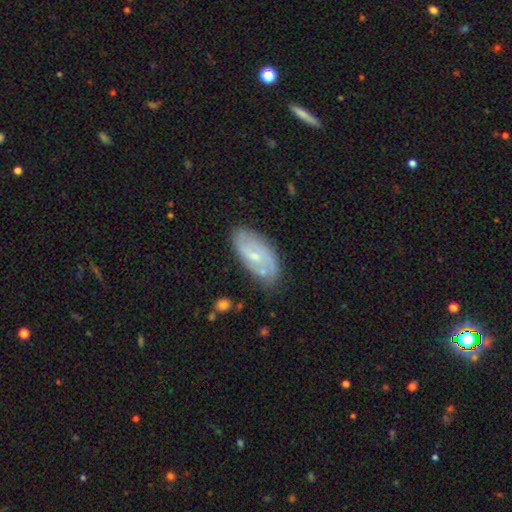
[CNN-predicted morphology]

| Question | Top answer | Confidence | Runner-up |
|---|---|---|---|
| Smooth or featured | featured or disk | 64% | smooth (29%) |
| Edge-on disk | no | 93% | yes (7%) |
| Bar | no | 46% | weak (45%) |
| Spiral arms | yes | 83% | no (17%) |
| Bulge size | small | 65% | moderate (30%) |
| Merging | none | 72% | minor disturbance (19%) |